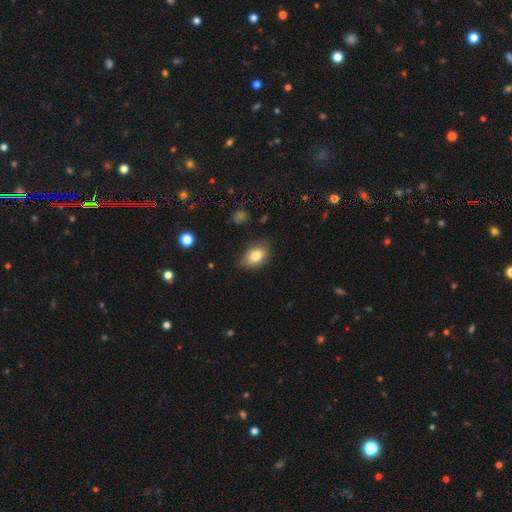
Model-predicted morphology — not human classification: Smooth or featured: smooth — 80% (featured or disk — 11%)
How rounded: in between — 82% (round — 16%)
Merging: none — 71% (minor disturbance — 24%)